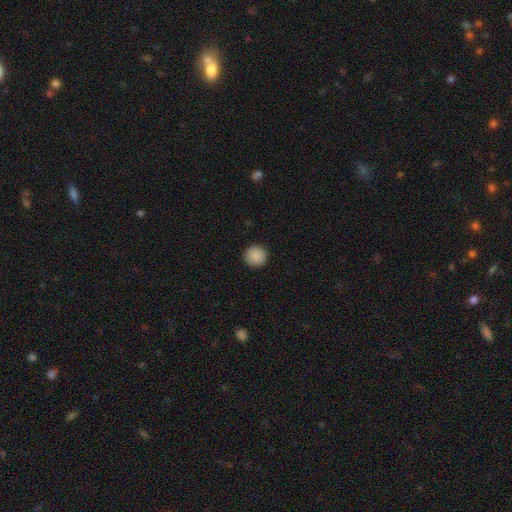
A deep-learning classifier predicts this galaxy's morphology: Overall: smooth (89%). How rounded: round (94%). Merging: none (92%).